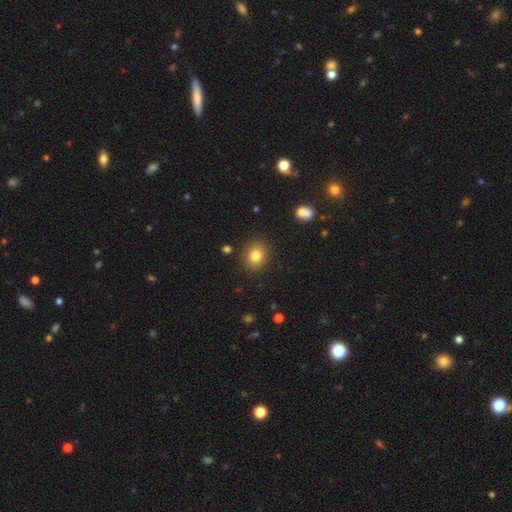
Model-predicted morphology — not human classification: Smooth or featured: smooth — 81% (star or artifact — 11%)
How rounded: round — 63% (in between — 36%)
Merging: none — 87% (minor disturbance — 8%)